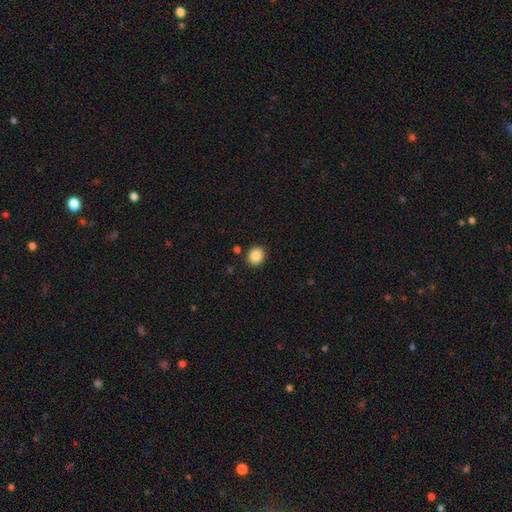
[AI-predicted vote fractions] smooth_or_featured: smooth (p=0.88) [alt: star or artifact p=0.09]
how_rounded: round (p=0.80) [alt: in between p=0.20]
merging: none (p=0.89) [alt: minor disturbance p=0.07]